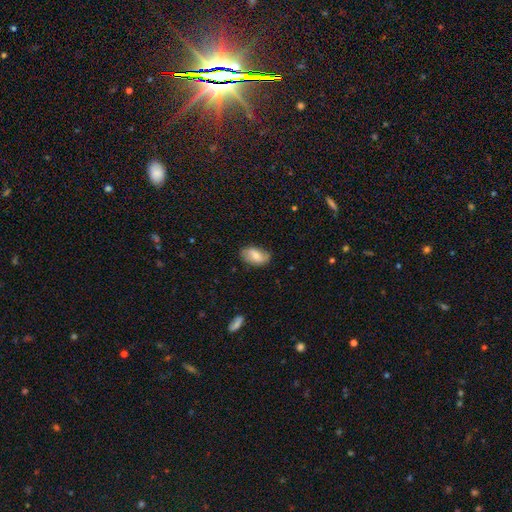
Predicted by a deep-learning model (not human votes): smooth_or_featured: smooth (p=0.67) [alt: featured or disk p=0.26]
how_rounded: in between (p=0.92) [alt: round p=0.06]
merging: none (p=0.72) [alt: minor disturbance p=0.22]